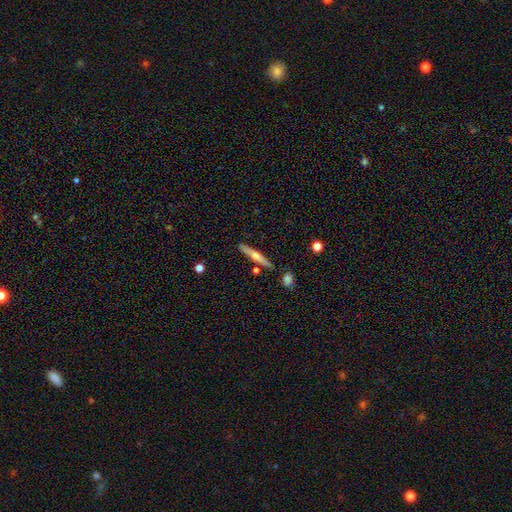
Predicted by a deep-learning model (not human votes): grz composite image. It shows a featured or disk galaxy (56%) viewed edge-on (96%) with a rounded central bulge (81%). Merging: none (85%).